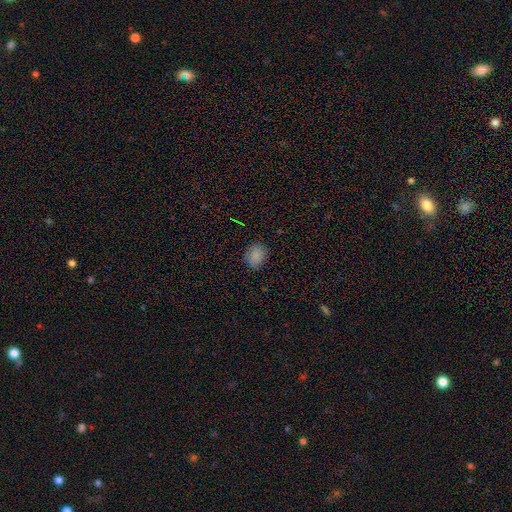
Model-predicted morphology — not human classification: A smooth galaxy with no disk features (85%) that is in between round and cigar-shaped (61%). Merging: none (85%).